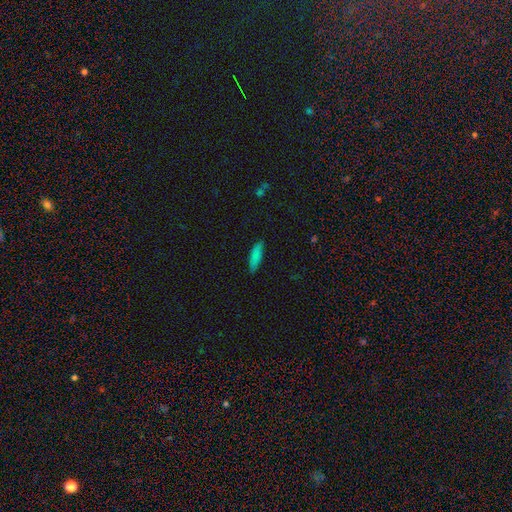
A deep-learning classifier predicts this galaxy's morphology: smooth-or-featured: smooth: 83% | featured or disk: 9% | star or artifact: 8%
  how-rounded: cigar-shaped: 59% | in between: 39% | round: 2%
  merging: none: 84% | minor disturbance: 13% | major disturbance: 2% | merger: 1%